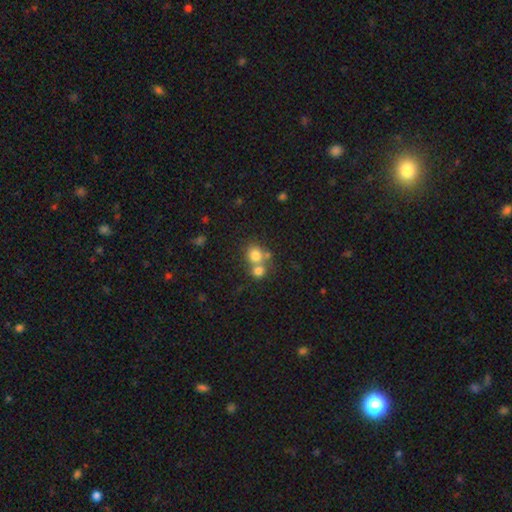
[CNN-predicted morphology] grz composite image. It shows a smooth galaxy with no disk features (77%) that is round (76%). Merging: merger (49%).